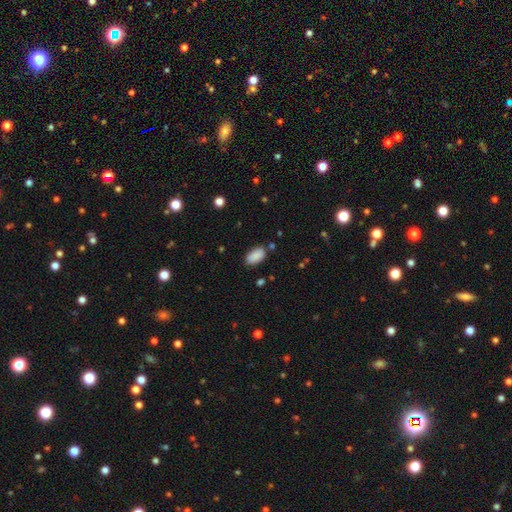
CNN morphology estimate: The model was most divided on "merging": none: 80%, minor disturbance: 14%, major disturbance: 3%, merger: 3%. More confident: how rounded — in between (95%); smooth or featured — smooth (89%).